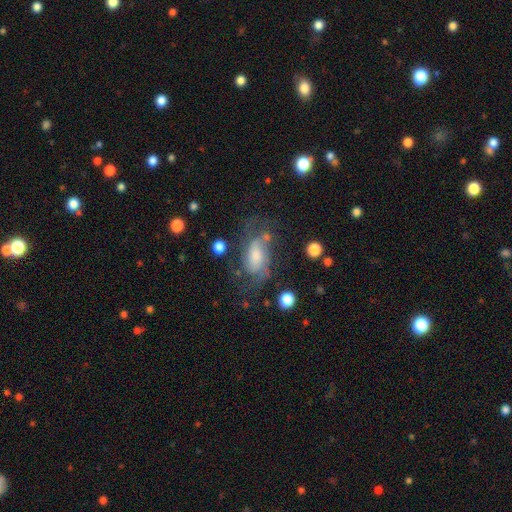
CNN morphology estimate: featured or disk 66%, smooth 25%, star or artifact 10%. Down the decision tree: edge-on disk — no (94%); bar — no (56%); spiral arms — yes (85%); spiral arm count — 2 (43%); spiral winding — medium (47%); bulge size — moderate (40%); merging — none (52%).